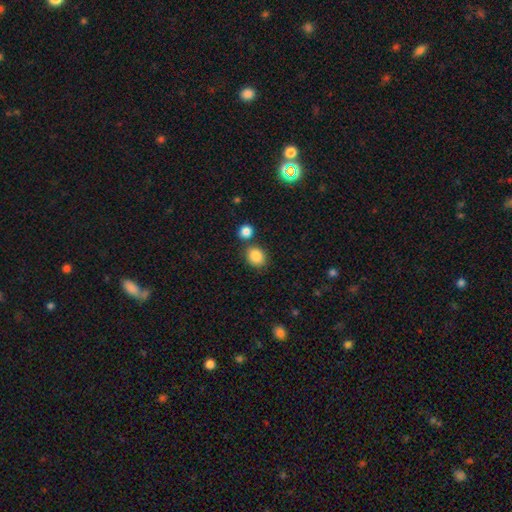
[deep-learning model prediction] smooth-or-featured: smooth: 86% | star or artifact: 9% | featured or disk: 5%
  how-rounded: round: 58% | in between: 41% | cigar-shaped: 1%
  merging: none: 71% | merger: 15% | minor disturbance: 11% | major disturbance: 3%